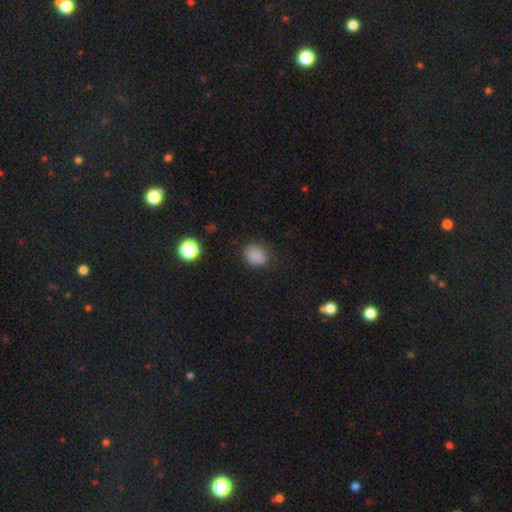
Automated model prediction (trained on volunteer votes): Smooth or featured?
  - smooth: 83% *
  - star or artifact: 12%
  - featured or disk: 5%
How rounded?
  - round: 56% *
  - in between: 43%
  - cigar-shaped: 1%
Merging?
  - none: 74% *
  - minor disturbance: 19%
  - major disturbance: 5%
  - merger: 1%